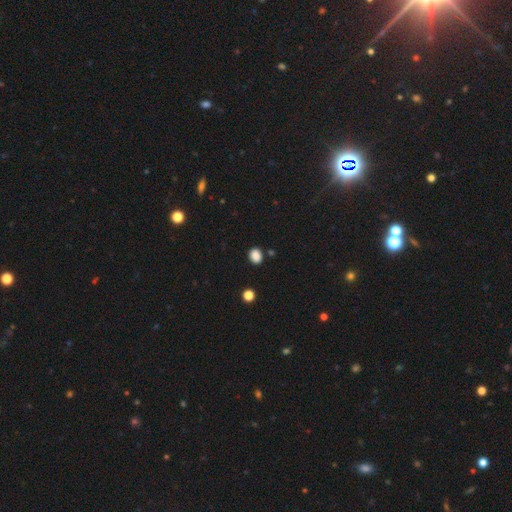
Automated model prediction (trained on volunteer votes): Smooth or featured?
  - smooth: 87% *
  - star or artifact: 10%
  - featured or disk: 3%
How rounded?
  - in between: 51% *
  - round: 48%
  - cigar-shaped: 1%
Merging?
  - none: 85% *
  - minor disturbance: 9%
  - merger: 3%
  - major disturbance: 2%